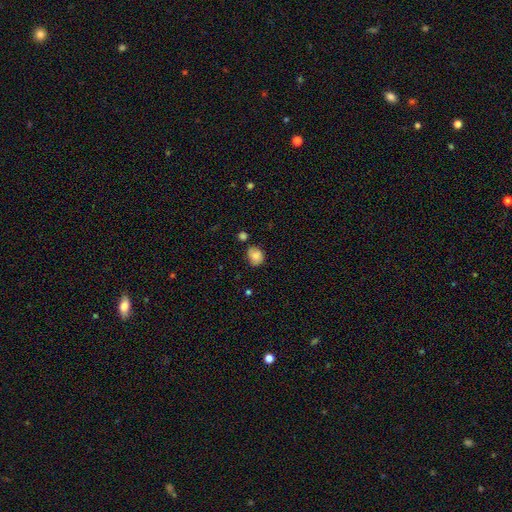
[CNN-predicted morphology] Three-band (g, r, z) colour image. It shows a smooth galaxy with no disk features (77%) that is round (59%). Merging: none (60%).